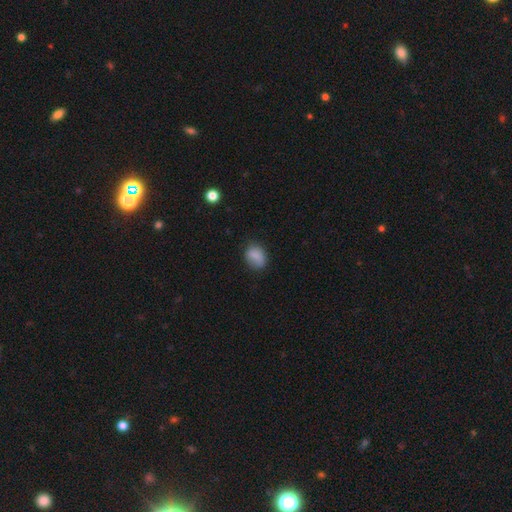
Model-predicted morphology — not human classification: Q: Smooth or featured?
A: smooth (84%); runner-up: star or artifact (9%)
Q: How rounded?
A: in between (65%); runner-up: round (34%)
Q: Merging?
A: none (71%); runner-up: minor disturbance (23%)